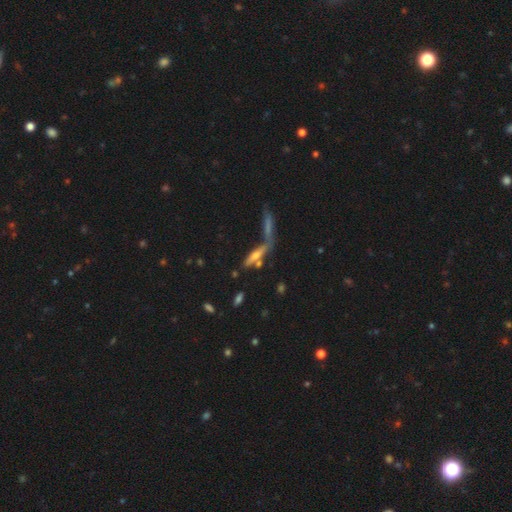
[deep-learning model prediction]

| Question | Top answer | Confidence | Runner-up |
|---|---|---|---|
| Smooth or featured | smooth | 46% | featured or disk (42%) |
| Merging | none | 41% | merger (40%) |